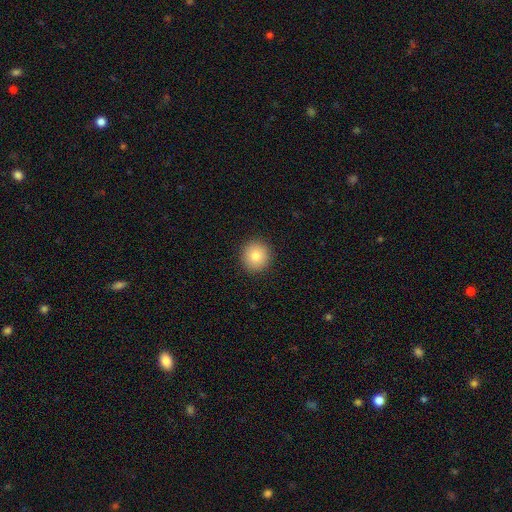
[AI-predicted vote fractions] This is clearly a smooth galaxy (83%). How rounded: clearly round (93%). Merging: clearly none (92%).